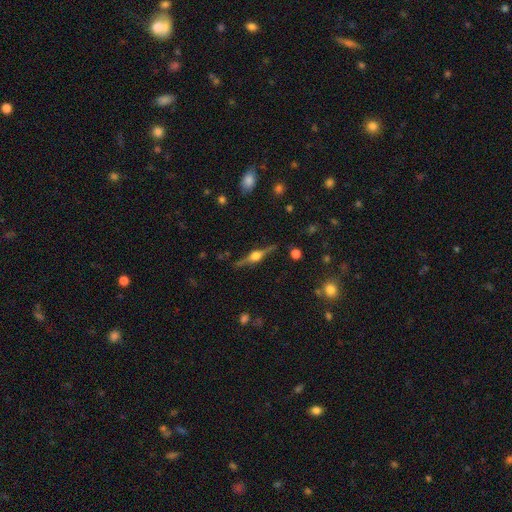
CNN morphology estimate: Smooth or featured? Predicted: featured or disk (p=0.83). Edge-on disk? Predicted: yes (p=0.98). Edge-on bulge? Predicted: rounded (p=0.92). Merging? Predicted: none (p=0.86).